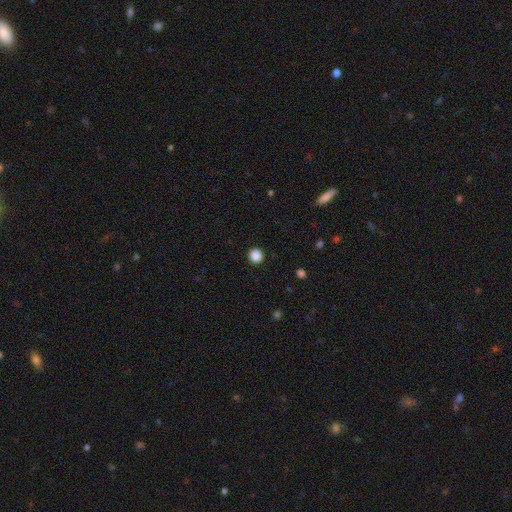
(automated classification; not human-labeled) A smooth galaxy with no disk features (88%) that is round (94%).

Vote fractions:
- Smooth or featured? smooth: 88% / star or artifact: 10% / featured or disk: 2%
- How rounded? round: 94% / in between: 5% / cigar-shaped: 1%
- Merging? none: 93% / minor disturbance: 5% / major disturbance: 2% / merger: 1%